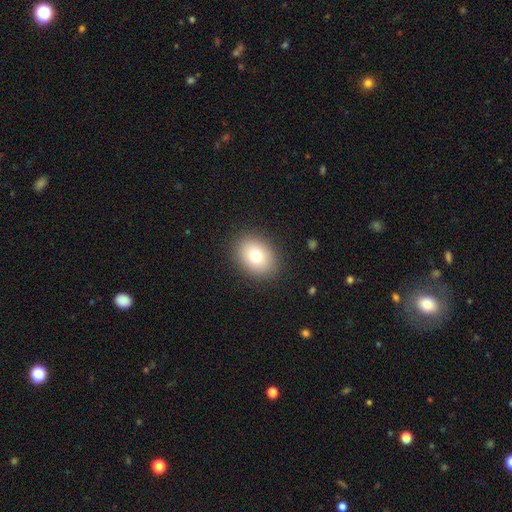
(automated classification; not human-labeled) Smooth or featured?
  - smooth: 77% *
  - featured or disk: 12%
  - star or artifact: 11%
How rounded?
  - in between: 63% *
  - round: 36%
  - cigar-shaped: 1%
Merging?
  - none: 88% *
  - minor disturbance: 8%
  - major disturbance: 3%
  - merger: 1%